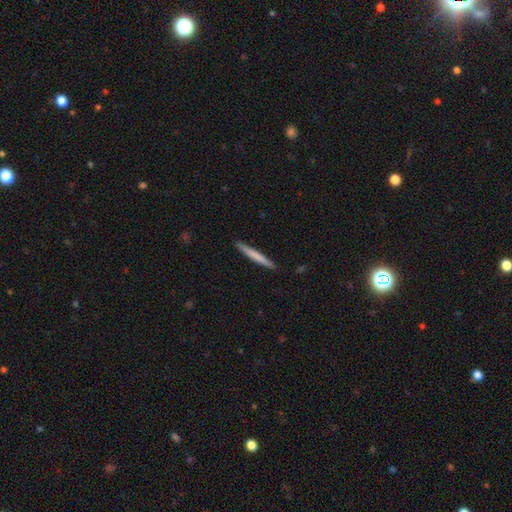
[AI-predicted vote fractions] A smooth galaxy with no disk features (69%) that is cigar-shaped (97%).

Vote fractions:
- Smooth or featured? smooth: 69% / featured or disk: 26% / star or artifact: 5%
- How rounded? cigar-shaped: 97% / in between: 2% / round: 1%
- Merging? none: 91% / minor disturbance: 6% / major disturbance: 1% / merger: 1%